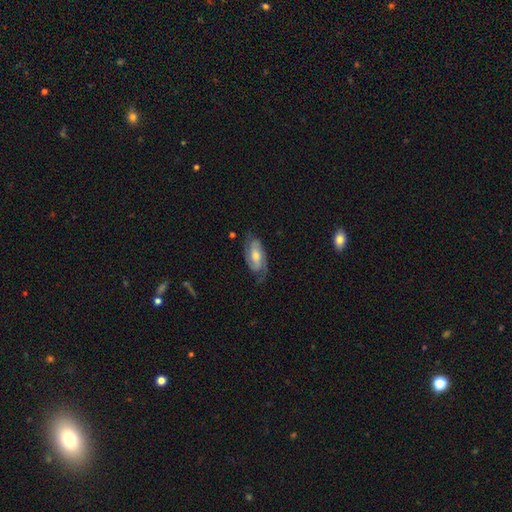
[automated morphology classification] featured or disk 80%, smooth 14%, star or artifact 6%. Down the decision tree: edge-on disk — no (93%); bar — no (43%); spiral arms — yes (95%); spiral arm count — 2 (80%); spiral winding — tight (47%); bulge size — moderate (60%); merging — none (76%).